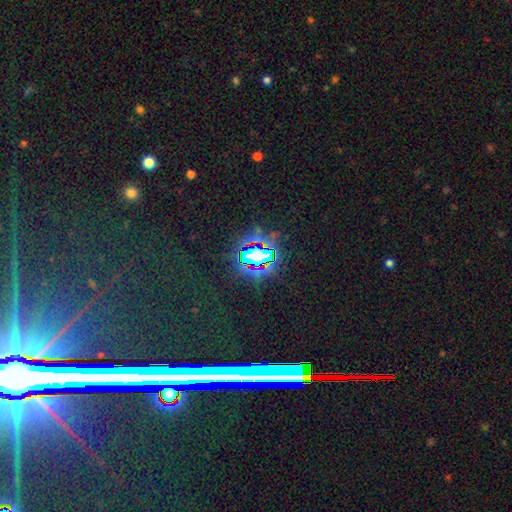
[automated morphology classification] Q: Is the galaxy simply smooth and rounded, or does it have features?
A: star or artifact — 76%.